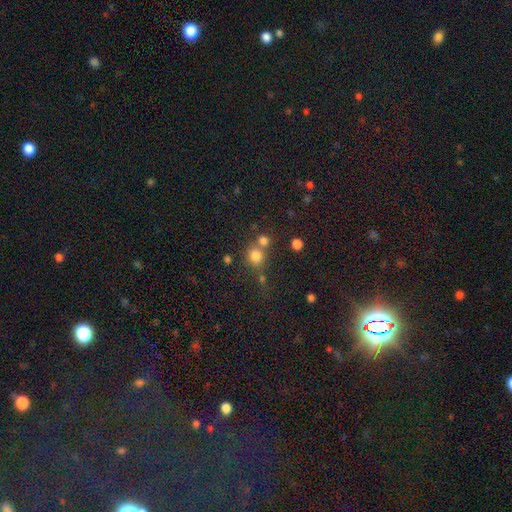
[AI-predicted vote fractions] smooth-or-featured: smooth: 77% | star or artifact: 16% | featured or disk: 7%
  how-rounded: round: 85% | in between: 14% | cigar-shaped: 1%
  merging: none: 55% | merger: 32% | minor disturbance: 9% | major disturbance: 5%